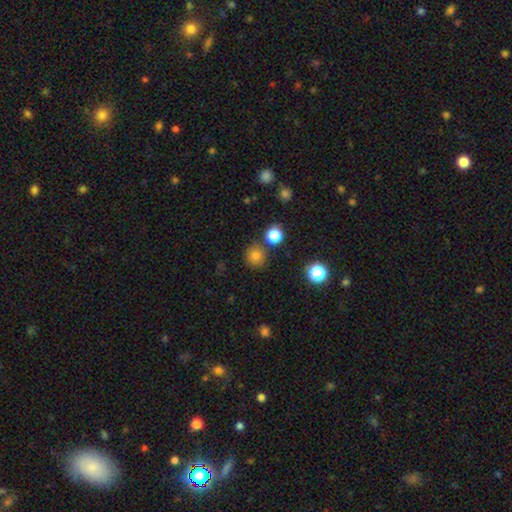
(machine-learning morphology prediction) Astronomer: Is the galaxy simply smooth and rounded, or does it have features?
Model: smooth — 76%.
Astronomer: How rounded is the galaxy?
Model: round — 91%.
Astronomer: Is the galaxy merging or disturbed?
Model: none — 79%.